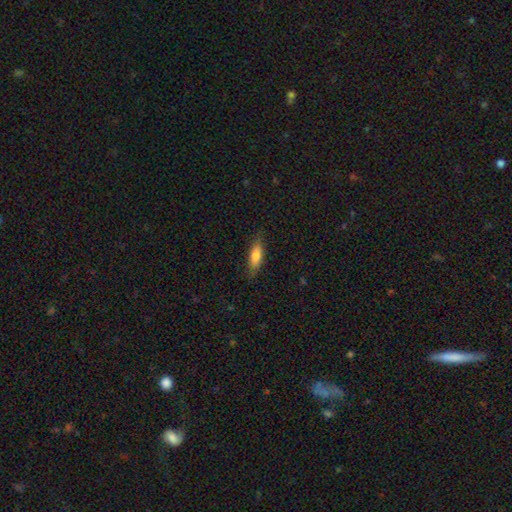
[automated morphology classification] Smooth or featured?
  - smooth: 77% *
  - featured or disk: 17%
  - star or artifact: 7%
How rounded?
  - in between: 56% *
  - cigar-shaped: 42%
  - round: 2%
Merging?
  - none: 82% *
  - minor disturbance: 14%
  - major disturbance: 3%
  - merger: 1%